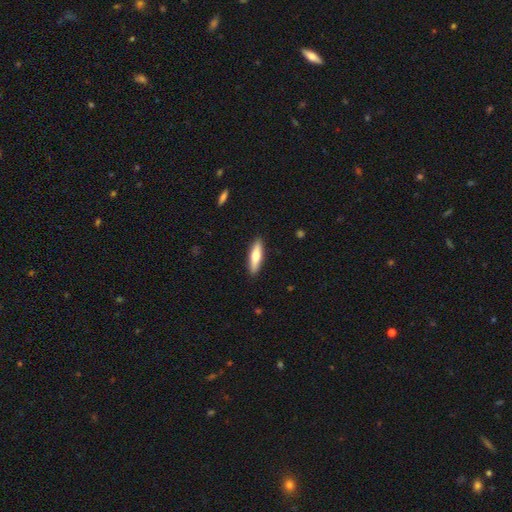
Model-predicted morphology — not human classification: Smooth or featured? Predicted: smooth (p=0.63). How rounded? Predicted: cigar-shaped (p=0.71). Merging? Predicted: none (p=0.90).